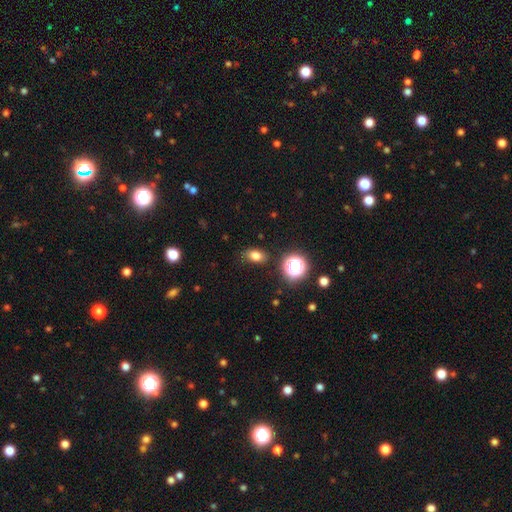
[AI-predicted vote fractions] Smooth or featured?
  - smooth: 77% *
  - star or artifact: 15%
  - featured or disk: 7%
How rounded?
  - in between: 78% *
  - round: 20%
  - cigar-shaped: 2%
Merging?
  - none: 81% *
  - minor disturbance: 13%
  - major disturbance: 3%
  - merger: 2%